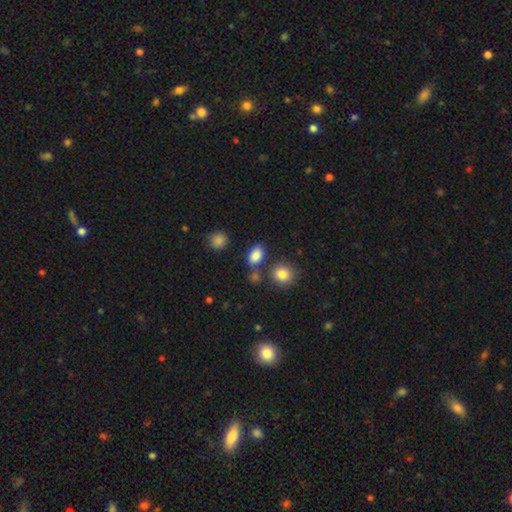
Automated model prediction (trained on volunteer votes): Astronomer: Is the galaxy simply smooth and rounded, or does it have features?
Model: smooth — 86%.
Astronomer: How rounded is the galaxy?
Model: in between — 82%.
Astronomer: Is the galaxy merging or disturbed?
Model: none — 73%.